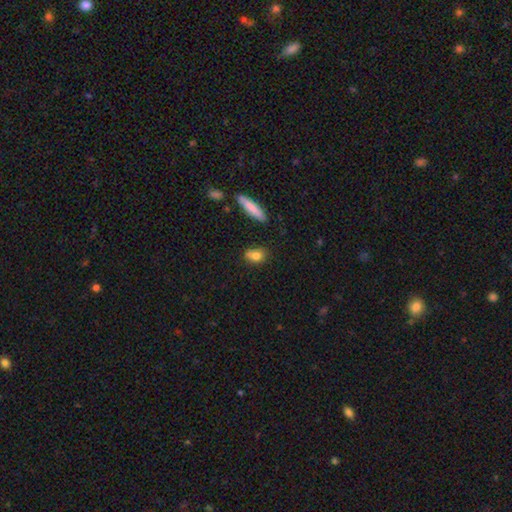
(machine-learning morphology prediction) Overall: smooth (79%). How rounded: in between (67%). Merging: none (61%).